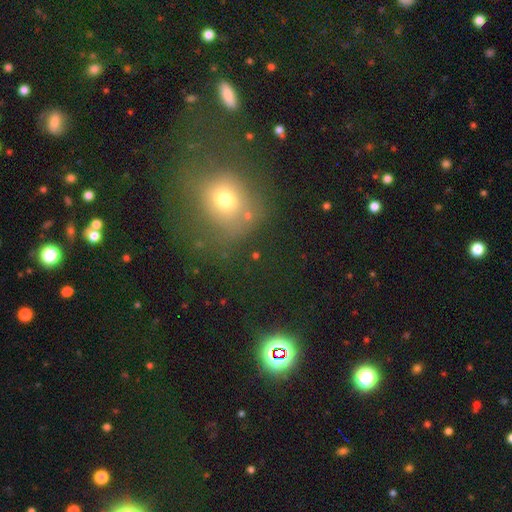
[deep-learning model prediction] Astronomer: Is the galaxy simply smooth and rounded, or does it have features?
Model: smooth — 51% (runner-up: star or artifact, 35%).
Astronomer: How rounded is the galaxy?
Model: round — 75%.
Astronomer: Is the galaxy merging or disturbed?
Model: none — 65%.